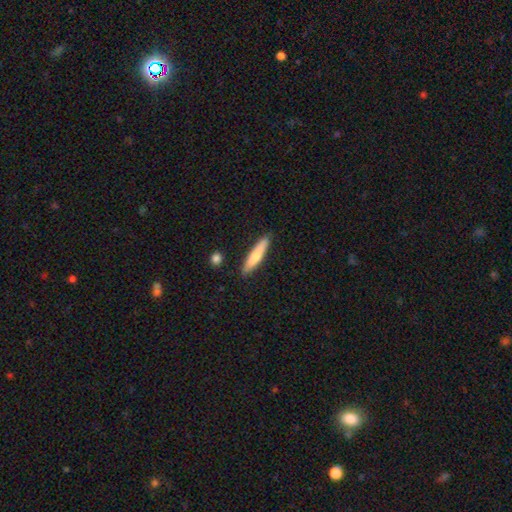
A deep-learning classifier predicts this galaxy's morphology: A smooth galaxy with no disk features (72%) that is cigar-shaped (88%).

Vote fractions:
- Smooth or featured? smooth: 72% / featured or disk: 23% / star or artifact: 5%
- How rounded? cigar-shaped: 88% / in between: 10% / round: 1%
- Merging? none: 88% / minor disturbance: 9% / merger: 2% / major disturbance: 2%